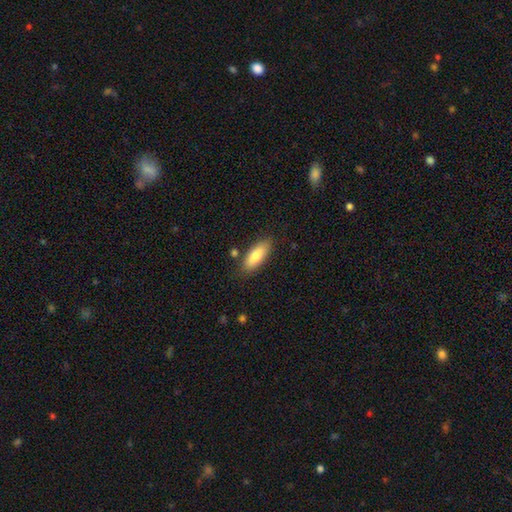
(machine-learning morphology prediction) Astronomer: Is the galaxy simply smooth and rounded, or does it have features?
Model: smooth — 80%.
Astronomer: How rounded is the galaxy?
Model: in between — 74%.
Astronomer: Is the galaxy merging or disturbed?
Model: none — 82%.